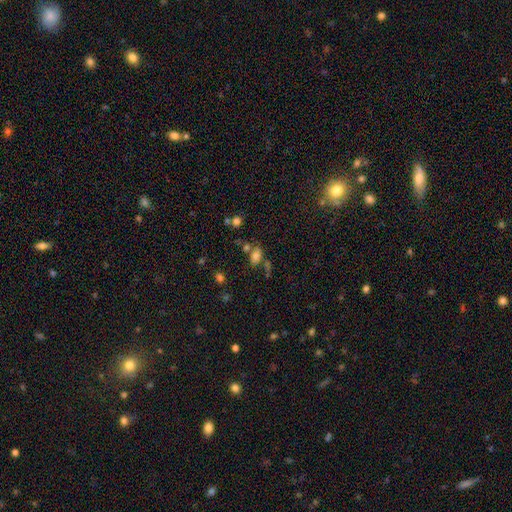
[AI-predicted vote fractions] Smooth or featured?
  - smooth: 73% *
  - star or artifact: 15%
  - featured or disk: 11%
How rounded?
  - in between: 86% *
  - round: 11%
  - cigar-shaped: 3%
Merging?
  - none: 53% *
  - merger: 23%
  - minor disturbance: 16%
  - major disturbance: 8%